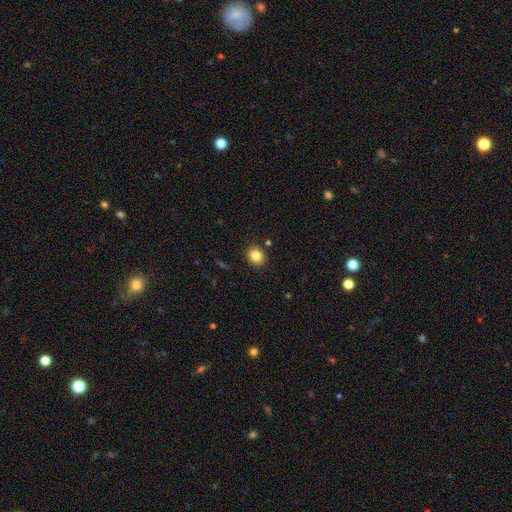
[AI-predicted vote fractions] This is clearly a smooth galaxy (83%). How rounded: likely round (68%). Merging: clearly none (89%).